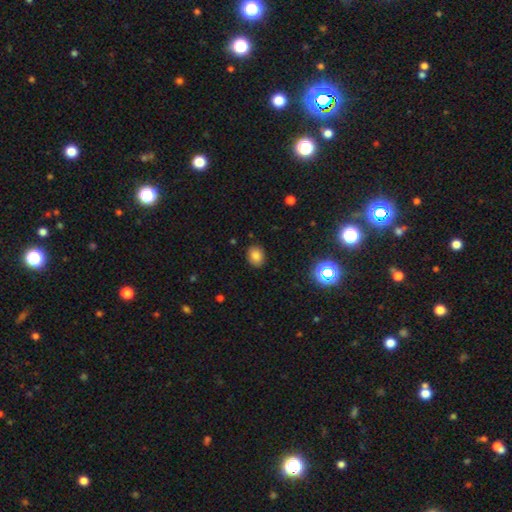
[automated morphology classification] smooth 81%, star or artifact 13%, featured or disk 6%. Down the decision tree: how rounded — in between (50%); merging — none (88%).